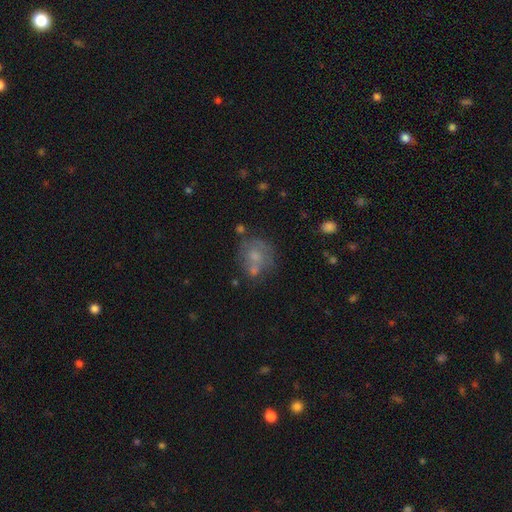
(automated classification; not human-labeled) smooth_or_featured: smooth (p=0.56) [alt: featured or disk p=0.32]
how_rounded: round (p=0.66) [alt: in between p=0.33]
merging: none (p=0.43) [alt: merger p=0.22]